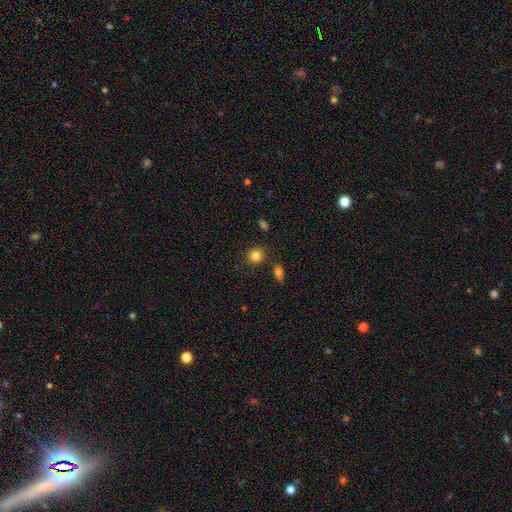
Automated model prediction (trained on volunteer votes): A smooth galaxy with no disk features (84%) that is round (81%).

Vote fractions:
- Smooth or featured? smooth: 84% / star or artifact: 11% / featured or disk: 6%
- How rounded? round: 81% / in between: 18% / cigar-shaped: 1%
- Merging? none: 82% / minor disturbance: 10% / merger: 5% / major disturbance: 3%